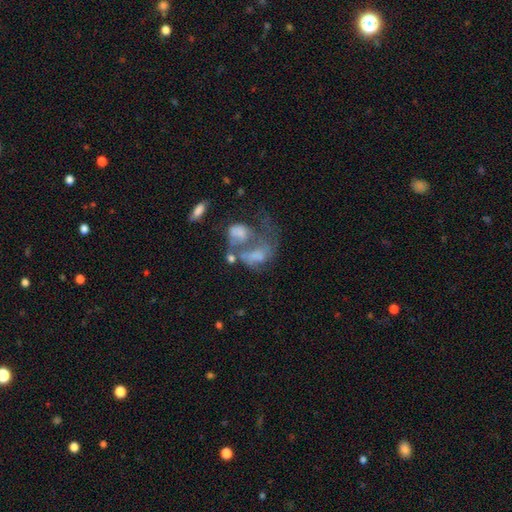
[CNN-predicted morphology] This appears to be a featured or disk galaxy (51%). Merging: merger (47%).